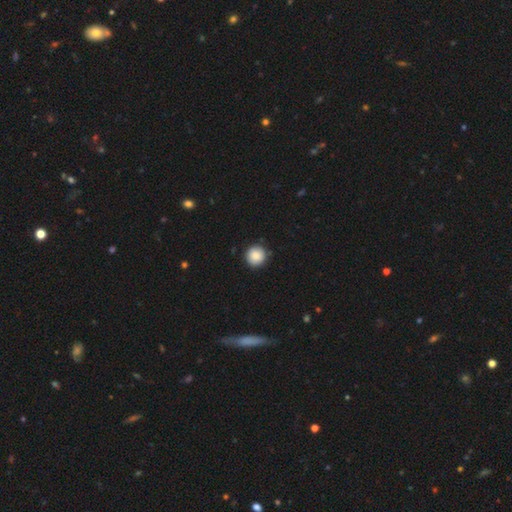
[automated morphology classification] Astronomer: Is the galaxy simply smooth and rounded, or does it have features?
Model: smooth — 88%.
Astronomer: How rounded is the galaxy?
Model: round — 95%.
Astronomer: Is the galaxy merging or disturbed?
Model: none — 90%.